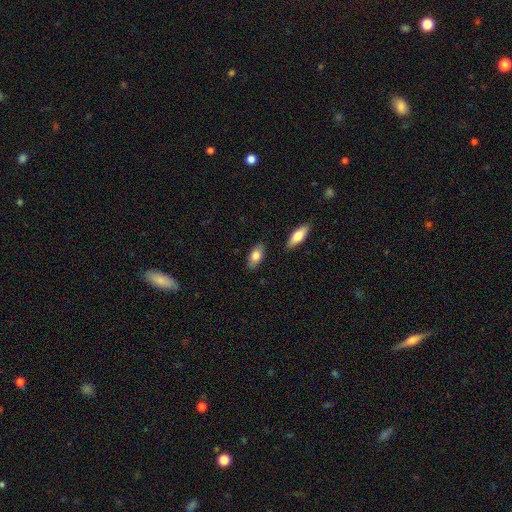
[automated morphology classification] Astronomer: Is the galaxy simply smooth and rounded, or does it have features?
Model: smooth — 82%.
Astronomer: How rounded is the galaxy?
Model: in between — 89%.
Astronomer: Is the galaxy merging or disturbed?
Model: none — 84%.